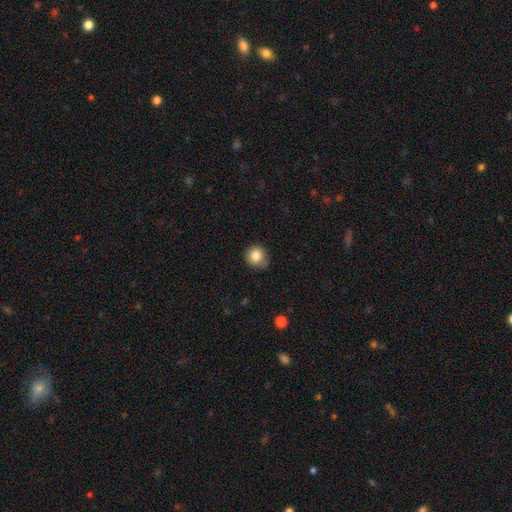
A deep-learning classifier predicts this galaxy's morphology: Q: Smooth or featured?
A: smooth (84%); runner-up: star or artifact (10%)
Q: How rounded?
A: round (87%); runner-up: in between (12%)
Q: Merging?
A: none (73%); runner-up: minor disturbance (22%)